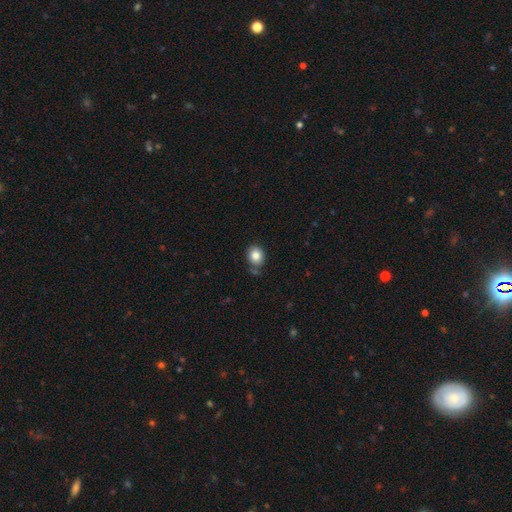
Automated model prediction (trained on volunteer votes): Smooth or featured: smooth — 84% (star or artifact — 10%)
How rounded: round — 69% (in between — 30%)
Merging: none — 75% (minor disturbance — 15%)